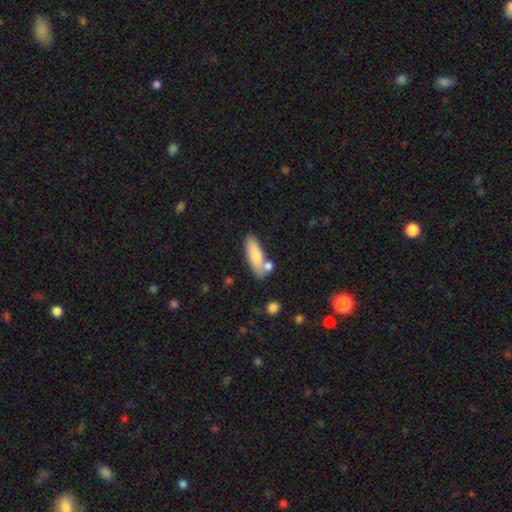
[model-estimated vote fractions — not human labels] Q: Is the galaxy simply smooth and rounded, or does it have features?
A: smooth — 79%.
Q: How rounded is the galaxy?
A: in between — 58%.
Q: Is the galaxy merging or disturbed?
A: none — 65%.